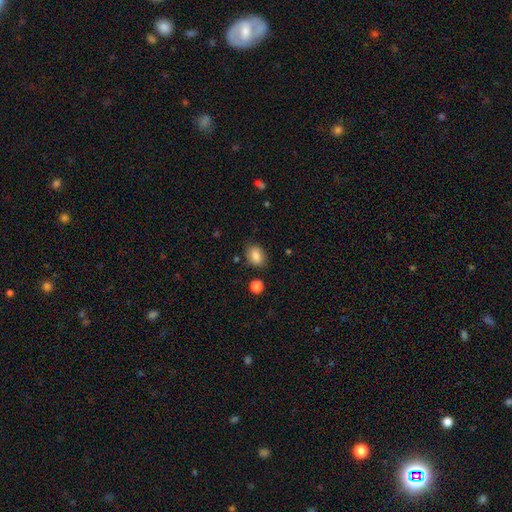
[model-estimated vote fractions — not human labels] Smooth or featured: smooth — 83% (star or artifact — 9%)
How rounded: in between — 68% (round — 31%)
Merging: none — 82% (minor disturbance — 12%)